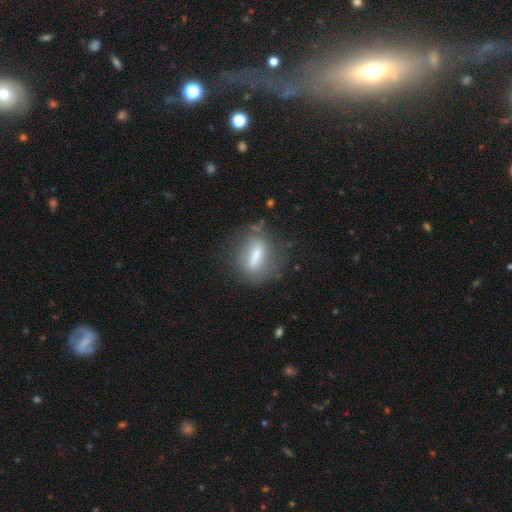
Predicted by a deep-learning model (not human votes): Smooth or featured? Predicted: smooth (p=0.50). Merging? Predicted: none (p=0.73).